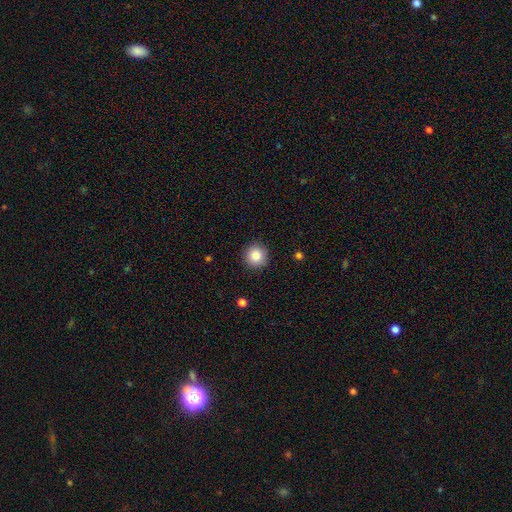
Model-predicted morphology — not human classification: Smooth or featured? Predicted: smooth (p=0.84). How rounded? Predicted: round (p=0.94). Merging? Predicted: none (p=0.91).